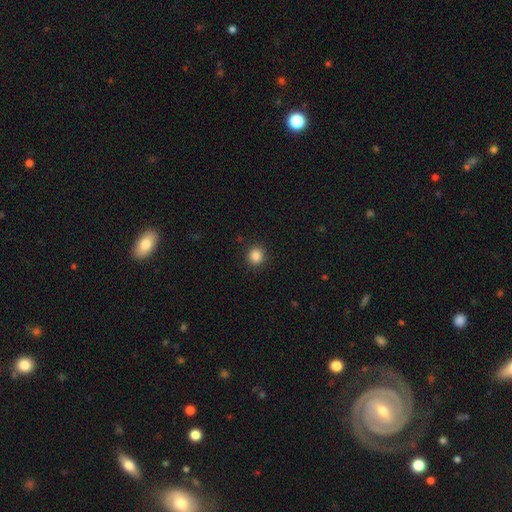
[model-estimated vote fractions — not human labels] Overall: smooth (86%). How rounded: round (92%). Merging: none (92%).